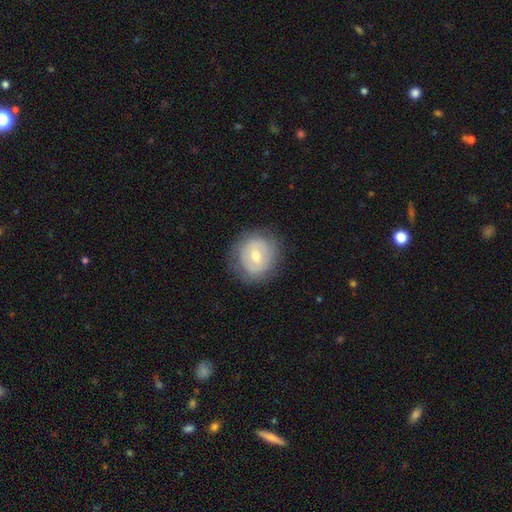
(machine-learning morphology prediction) Q: Smooth or featured?
A: featured or disk (48%); runner-up: smooth (45%)
Q: Merging?
A: none (78%); runner-up: minor disturbance (15%)